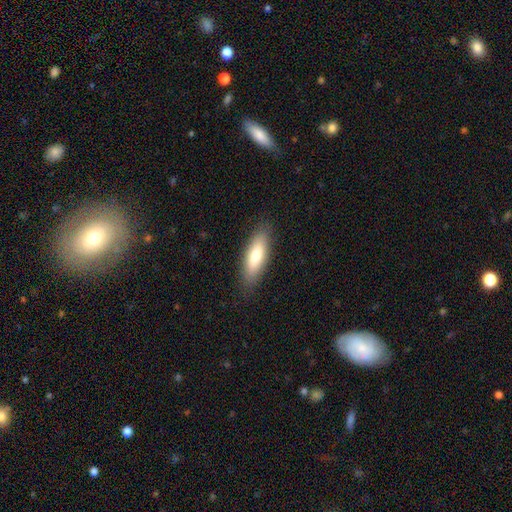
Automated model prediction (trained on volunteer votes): smooth-or-featured: smooth: 73% | featured or disk: 21% | star or artifact: 6%
  how-rounded: in between: 55% | cigar-shaped: 43% | round: 2%
  merging: none: 87% | minor disturbance: 10% | major disturbance: 2% | merger: 1%